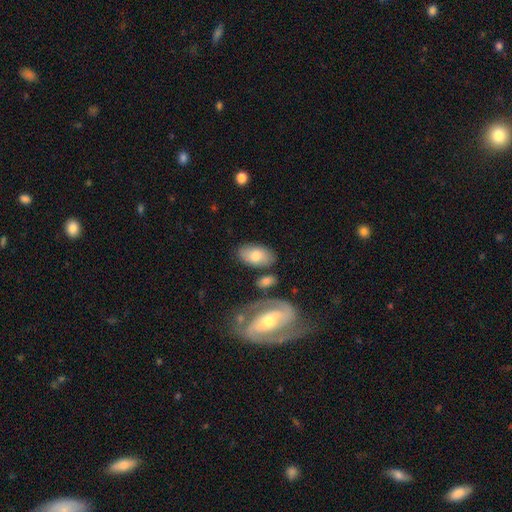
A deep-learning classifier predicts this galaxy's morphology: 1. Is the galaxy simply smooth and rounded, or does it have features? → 69% smooth, 25% featured or disk, 6% star or artifact.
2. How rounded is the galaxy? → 93% in between, 5% round, 3% cigar-shaped.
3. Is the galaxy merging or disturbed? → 70% none, 15% minor disturbance, 10% merger, 5% major disturbance.